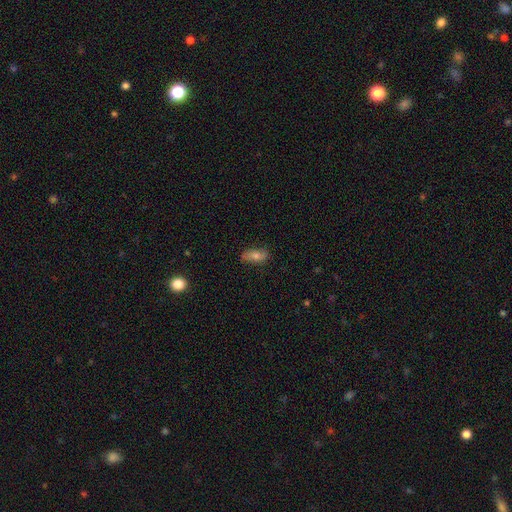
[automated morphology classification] Smooth or featured?
  - smooth: 65% *
  - featured or disk: 26%
  - star or artifact: 9%
How rounded?
  - in between: 78% *
  - cigar-shaped: 17%
  - round: 5%
Merging?
  - none: 80% *
  - minor disturbance: 15%
  - major disturbance: 3%
  - merger: 1%